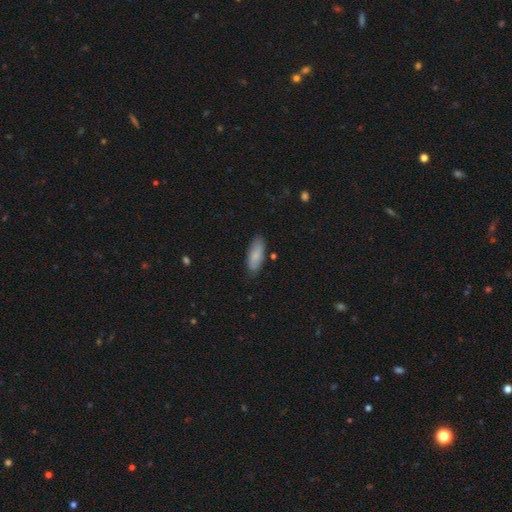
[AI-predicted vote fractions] Smooth or featured? smooth (81%)
How rounded? in between (74%)
Merging? none (80%)